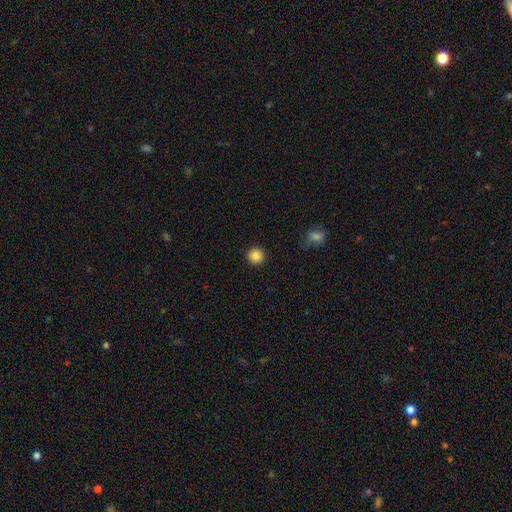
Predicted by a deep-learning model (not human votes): A smooth galaxy with no disk features (84%) that is round (96%).

Vote fractions:
- Smooth or featured? smooth: 84% / star or artifact: 10% / featured or disk: 6%
- How rounded? round: 96% / in between: 3% / cigar-shaped: 1%
- Merging? none: 92% / minor disturbance: 5% / major disturbance: 2% / merger: 1%